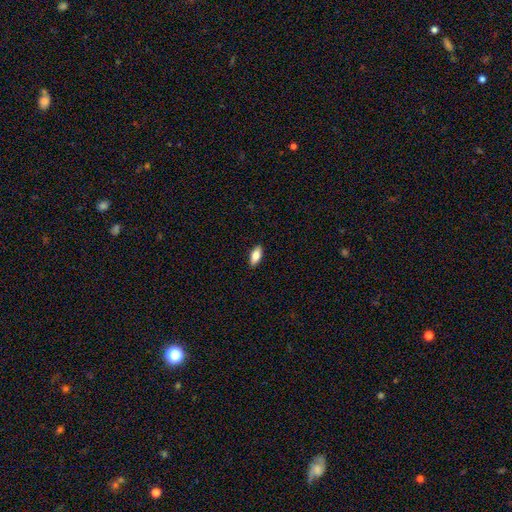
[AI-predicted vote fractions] smooth 81%, featured or disk 13%, star or artifact 7%. Down the decision tree: how rounded — in between (85%); merging — none (90%).